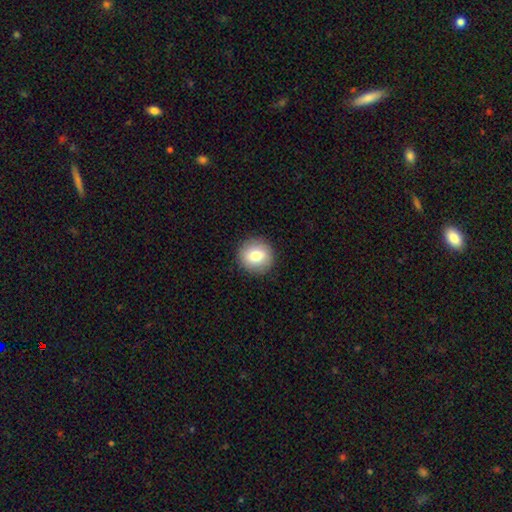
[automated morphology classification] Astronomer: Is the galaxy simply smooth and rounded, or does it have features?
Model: smooth — 78%.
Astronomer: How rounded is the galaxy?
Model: round — 92%.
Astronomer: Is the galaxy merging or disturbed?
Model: none — 91%.